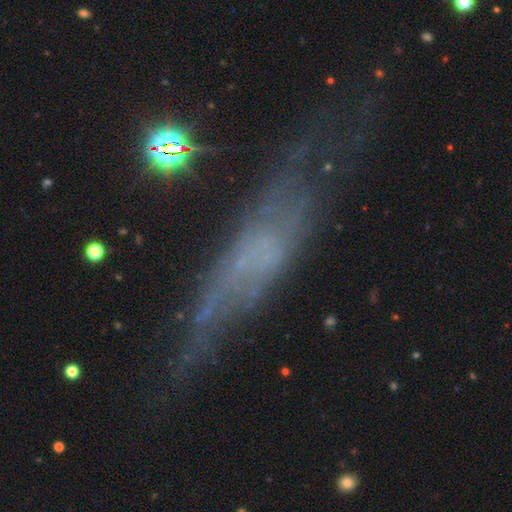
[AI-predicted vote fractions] The model was most divided on "edge-on disk": yes: 60%, no: 40%. More confident: merging — none (56%); smooth or featured — featured or disk (53%).